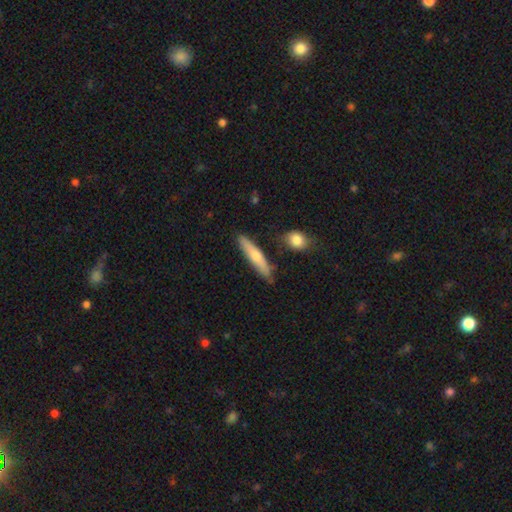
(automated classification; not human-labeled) A smooth galaxy with no disk features (58%) that is cigar-shaped (85%). Merging: none (81%).